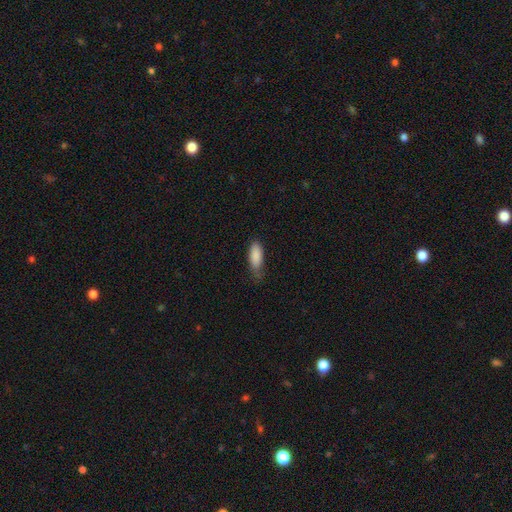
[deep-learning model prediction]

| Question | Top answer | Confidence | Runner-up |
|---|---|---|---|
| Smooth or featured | smooth | 88% | star or artifact (7%) |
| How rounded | in between | 77% | cigar-shaped (21%) |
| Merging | none | 56% | minor disturbance (35%) |